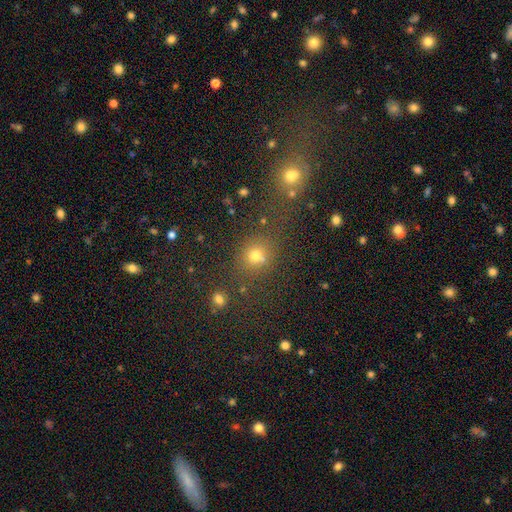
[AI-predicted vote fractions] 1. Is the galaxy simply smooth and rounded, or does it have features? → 68% smooth, 24% star or artifact, 8% featured or disk.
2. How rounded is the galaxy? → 80% round, 19% in between, 1% cigar-shaped.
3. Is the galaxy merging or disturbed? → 69% none, 15% merger, 11% minor disturbance, 5% major disturbance.